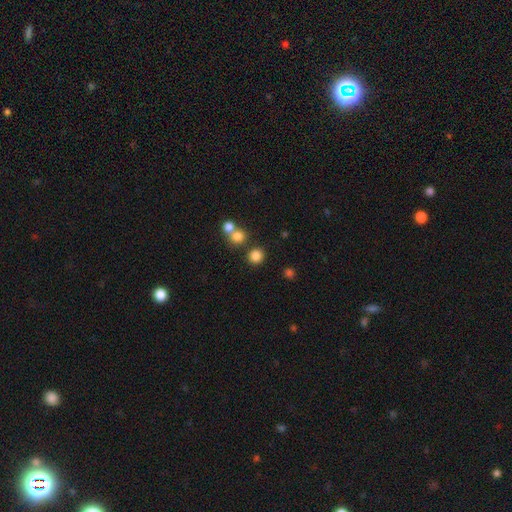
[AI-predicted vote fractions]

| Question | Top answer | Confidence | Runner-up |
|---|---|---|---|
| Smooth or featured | smooth | 81% | star or artifact (14%) |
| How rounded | round | 91% | in between (8%) |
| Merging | none | 78% | merger (13%) |